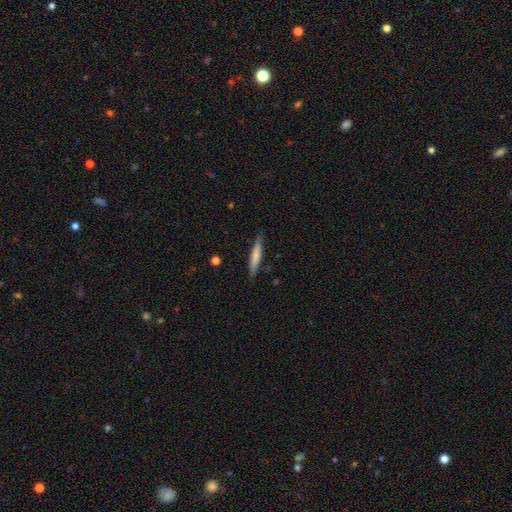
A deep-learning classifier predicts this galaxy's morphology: Smooth or featured? Predicted: smooth (p=0.68). How rounded? Predicted: cigar-shaped (p=0.92). Merging? Predicted: none (p=0.87).